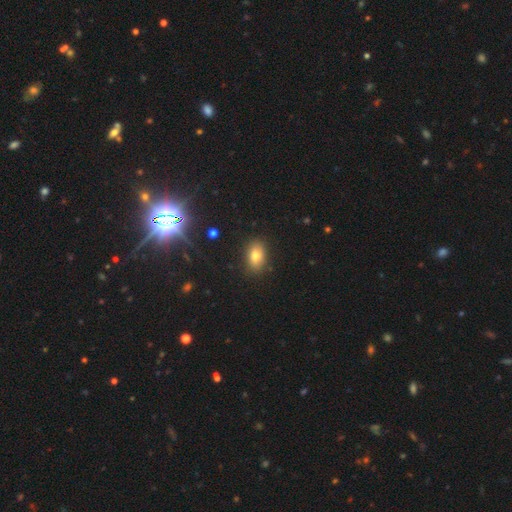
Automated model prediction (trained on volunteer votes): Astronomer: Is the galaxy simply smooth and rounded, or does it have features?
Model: smooth — 78%.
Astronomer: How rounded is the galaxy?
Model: in between — 84%.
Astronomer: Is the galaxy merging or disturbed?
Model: none — 86%.